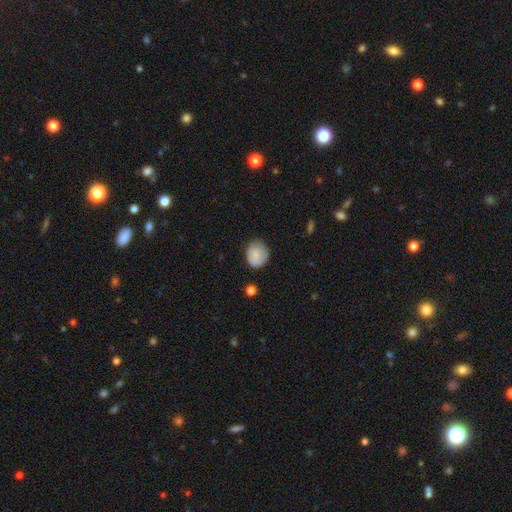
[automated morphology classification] Smooth or featured: smooth — 77% (featured or disk — 15%)
How rounded: round — 69% (in between — 30%)
Merging: none — 68% (minor disturbance — 25%)